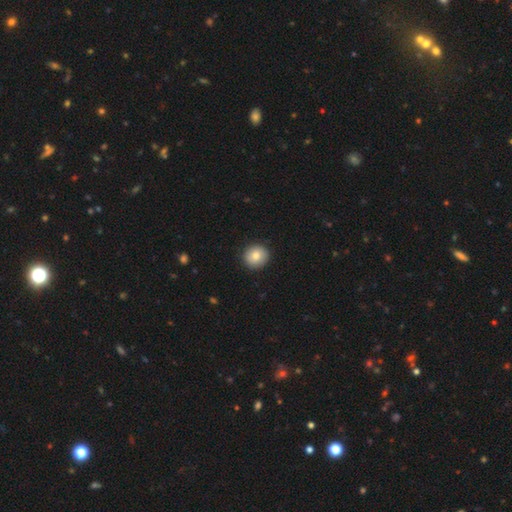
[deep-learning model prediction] smooth-or-featured: smooth: 82% | featured or disk: 10% | star or artifact: 8%
  how-rounded: round: 90% | in between: 9% | cigar-shaped: 1%
  merging: none: 91% | minor disturbance: 6% | major disturbance: 2% | merger: 1%